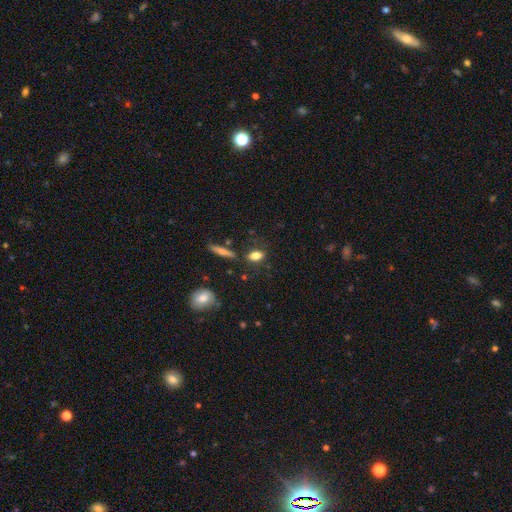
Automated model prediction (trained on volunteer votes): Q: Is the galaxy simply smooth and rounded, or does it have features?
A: smooth — 77%.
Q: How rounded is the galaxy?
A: in between — 73%.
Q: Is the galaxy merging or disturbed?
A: none — 77%.